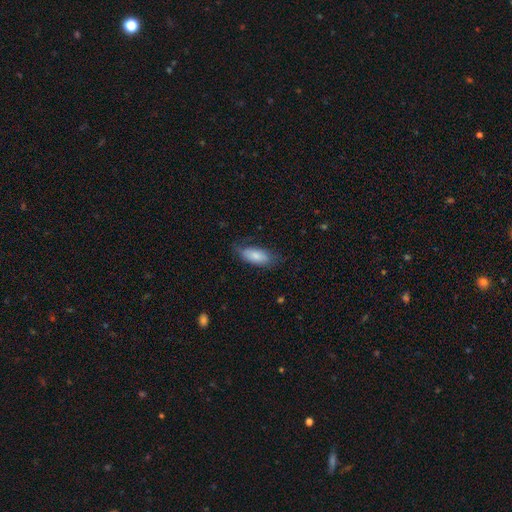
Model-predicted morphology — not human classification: A smooth galaxy with no disk features (79%) that is in between round and cigar-shaped (83%).

Vote fractions:
- Smooth or featured? smooth: 79% / featured or disk: 15% / star or artifact: 6%
- How rounded? in between: 83% / cigar-shaped: 15% / round: 2%
- Merging? none: 65% / minor disturbance: 25% / major disturbance: 9% / merger: 1%